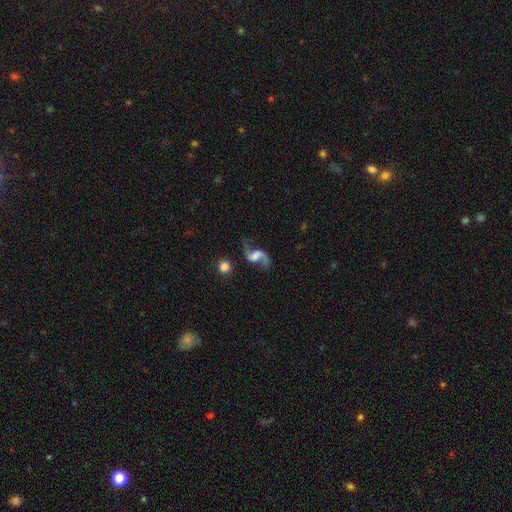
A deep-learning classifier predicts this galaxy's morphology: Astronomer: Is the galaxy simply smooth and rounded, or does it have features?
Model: featured or disk — 87%.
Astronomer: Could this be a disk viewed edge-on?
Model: no — 97%.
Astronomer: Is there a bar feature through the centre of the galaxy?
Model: weak — 47% (runner-up: no, 36%).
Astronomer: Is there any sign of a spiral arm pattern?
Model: yes — 96%.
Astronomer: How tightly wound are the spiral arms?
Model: loose — 86%.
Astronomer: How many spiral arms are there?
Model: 2 — 93%.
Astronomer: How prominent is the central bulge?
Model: moderate — 33% (runner-up: small, 29%).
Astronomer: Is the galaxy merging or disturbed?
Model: none — 70%.